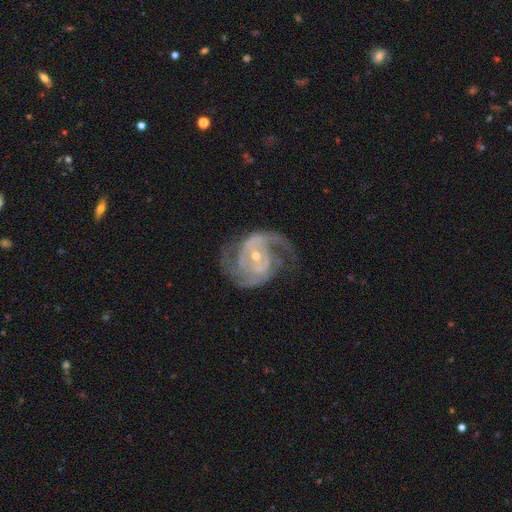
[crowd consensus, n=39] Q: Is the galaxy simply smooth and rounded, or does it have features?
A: featured or disk — 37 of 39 (95%).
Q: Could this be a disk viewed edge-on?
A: no — 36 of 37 (97%).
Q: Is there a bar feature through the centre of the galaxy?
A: no — 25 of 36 (69%).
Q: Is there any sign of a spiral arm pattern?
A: yes — 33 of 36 (92%).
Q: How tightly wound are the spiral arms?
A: medium — 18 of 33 (55%).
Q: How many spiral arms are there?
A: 2 — 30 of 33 (91%).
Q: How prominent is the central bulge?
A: moderate — 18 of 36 (50%, tied with small).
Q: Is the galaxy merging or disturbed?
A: none — 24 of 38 (63%).